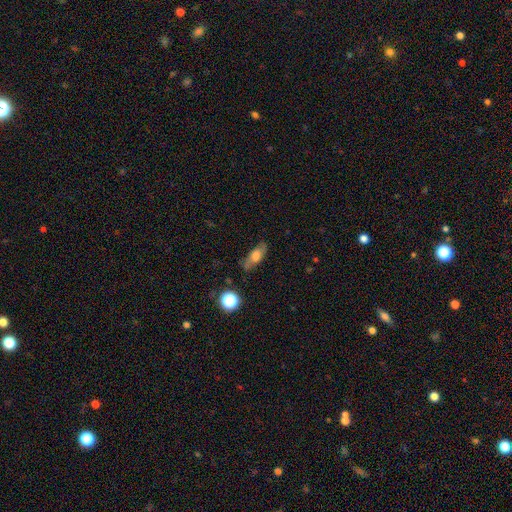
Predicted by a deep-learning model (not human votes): smooth_or_featured: smooth (p=0.53) [alt: featured or disk p=0.36]
how_rounded: in between (p=0.67) [alt: cigar-shaped p=0.24]
merging: none (p=0.73) [alt: minor disturbance p=0.19]